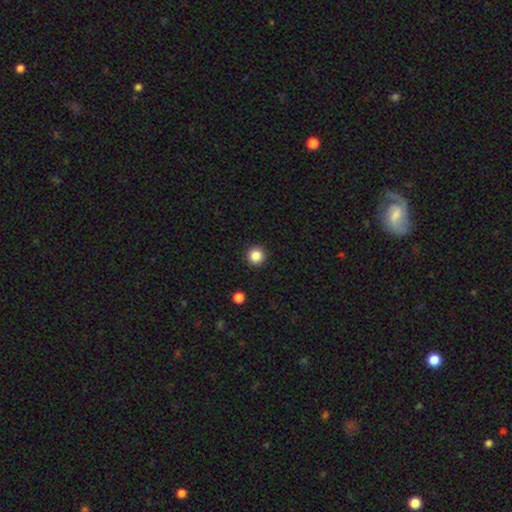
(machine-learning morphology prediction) Q: Smooth or featured?
A: smooth (85%); runner-up: star or artifact (11%)
Q: How rounded?
A: round (96%); runner-up: in between (3%)
Q: Merging?
A: none (93%); runner-up: minor disturbance (4%)